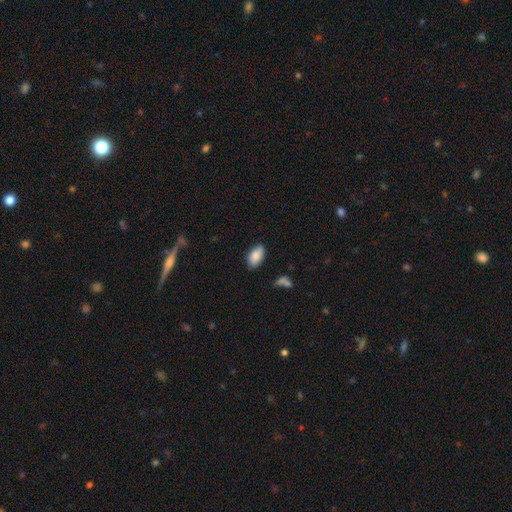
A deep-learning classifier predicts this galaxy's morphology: A smooth galaxy with no disk features (85%) that is in between round and cigar-shaped (94%). Merging: none (77%).